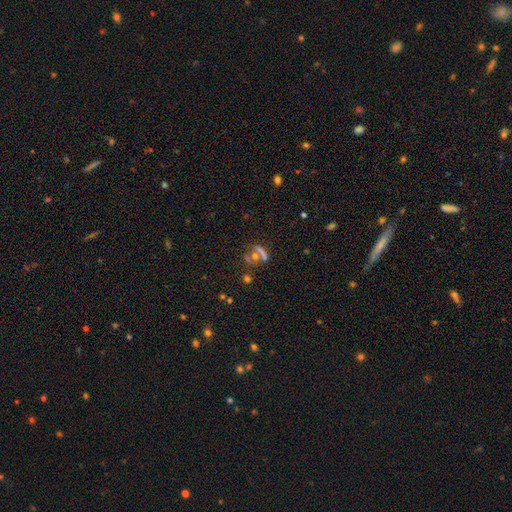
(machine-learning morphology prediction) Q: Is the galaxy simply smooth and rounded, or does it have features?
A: star or artifact — 50%.